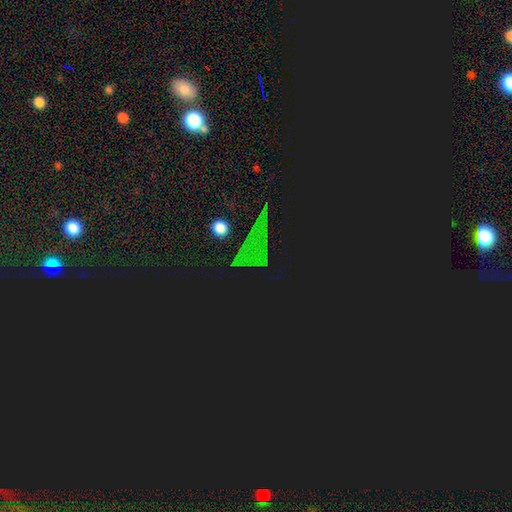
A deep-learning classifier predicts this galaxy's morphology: Smooth or featured? Predicted: star or artifact (p=0.77).